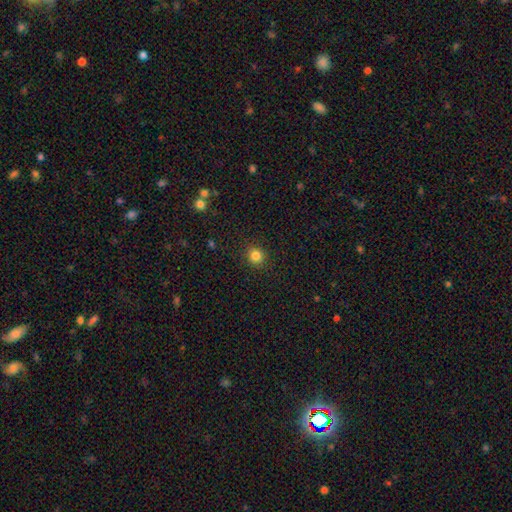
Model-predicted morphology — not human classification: Q: Smooth or featured?
A: smooth (83%); runner-up: star or artifact (13%)
Q: How rounded?
A: round (91%); runner-up: in between (8%)
Q: Merging?
A: none (91%); runner-up: minor disturbance (6%)